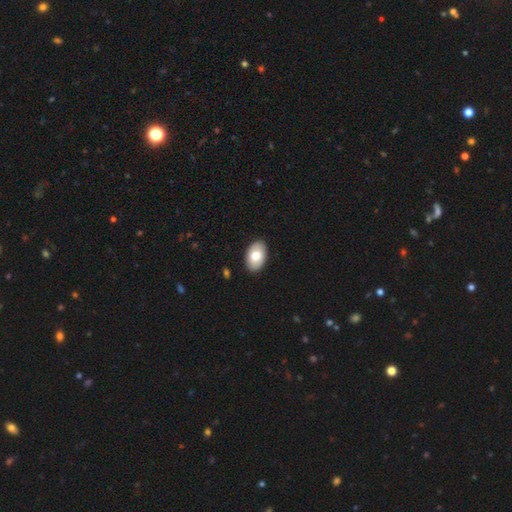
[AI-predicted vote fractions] smooth-or-featured: smooth: 75% | featured or disk: 19% | star or artifact: 6%
  how-rounded: in between: 92% | round: 7% | cigar-shaped: 1%
  merging: none: 90% | minor disturbance: 7% | major disturbance: 2% | merger: 1%